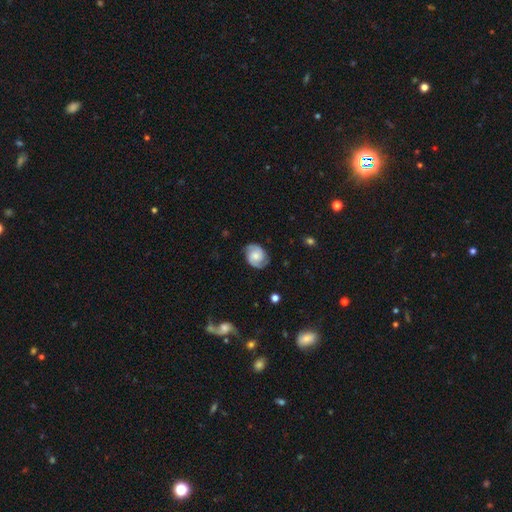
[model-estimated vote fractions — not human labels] smooth_or_featured: featured or disk (p=0.78) [alt: smooth p=0.15]
disk_edge_on: no (p=0.98) [alt: yes p=0.02]
bar: no (p=0.61) [alt: weak p=0.32]
has_spiral_arms: yes (p=0.96) [alt: no p=0.04]
spiral_winding: tight (p=0.44) [tied with: medium p=0.44]
spiral_arm_count: 2 (p=0.91) [alt: can't tell p=0.04]
bulge_size: moderate (p=0.41) [alt: small p=0.33]
merging: none (p=0.81) [alt: minor disturbance p=0.14]